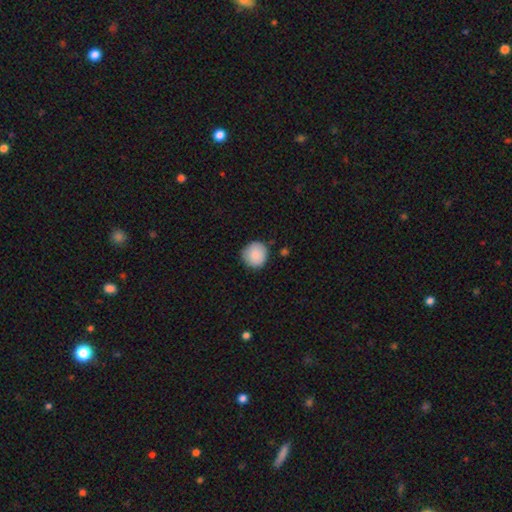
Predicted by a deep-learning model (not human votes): This is clearly a smooth galaxy (88%). How rounded: clearly round (93%). Merging: clearly none (84%).